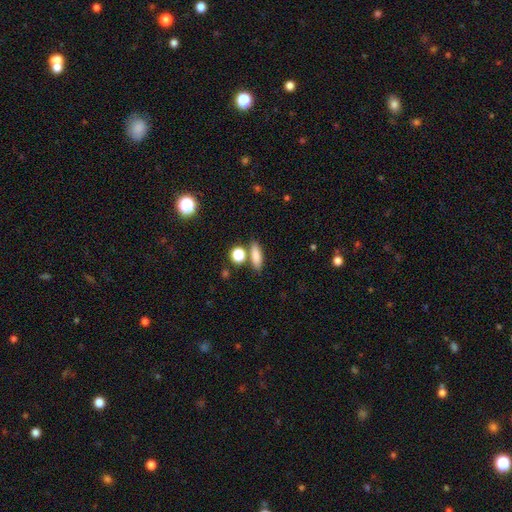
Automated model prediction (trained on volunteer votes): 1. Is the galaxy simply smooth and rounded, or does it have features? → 83% smooth, 9% star or artifact, 8% featured or disk.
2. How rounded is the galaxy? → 54% in between, 35% cigar-shaped, 11% round.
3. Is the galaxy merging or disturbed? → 73% none, 13% merger, 11% minor disturbance, 4% major disturbance.